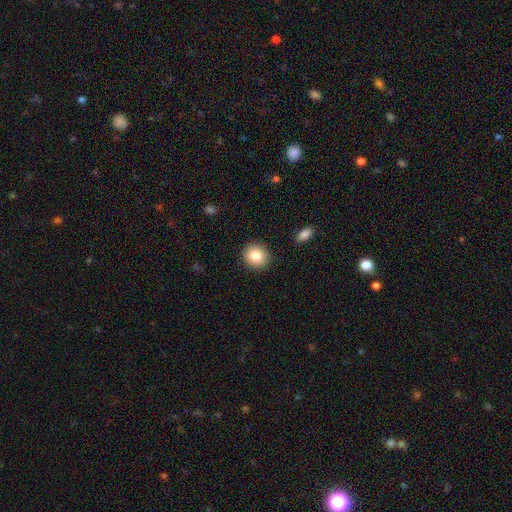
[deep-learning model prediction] This is clearly a smooth galaxy (85%). How rounded: clearly round (83%). Merging: clearly none (90%).